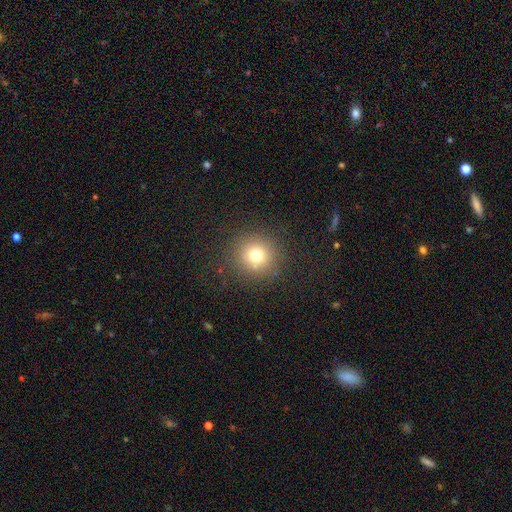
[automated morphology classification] Smooth or featured? smooth (74%)
How rounded? round (94%)
Merging? none (88%)